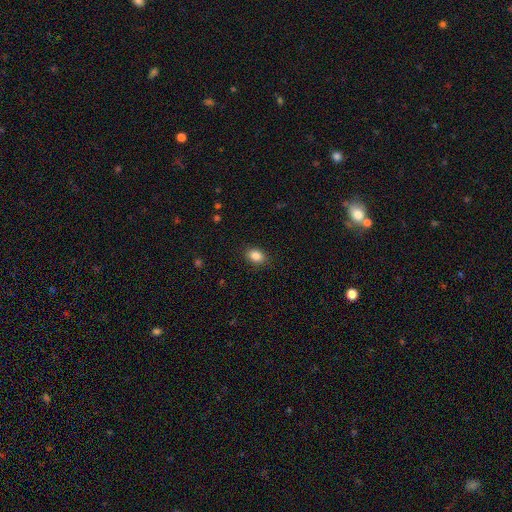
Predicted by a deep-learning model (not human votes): This appears to be a smooth galaxy with no disk features (86%) that is in between round and cigar-shaped (74%). Merging: none (87%).